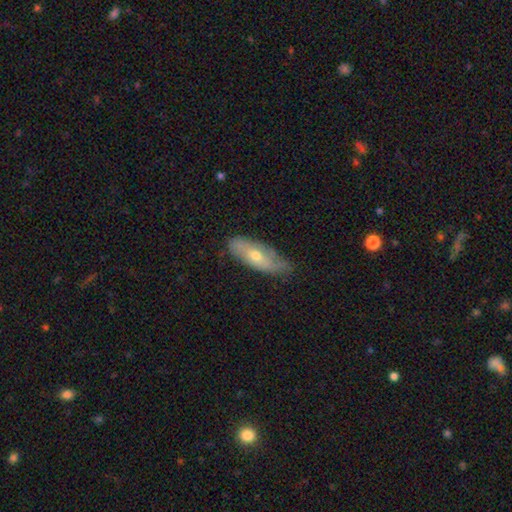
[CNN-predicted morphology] This is possibly a smooth galaxy (47%). Merging: likely none (63%).